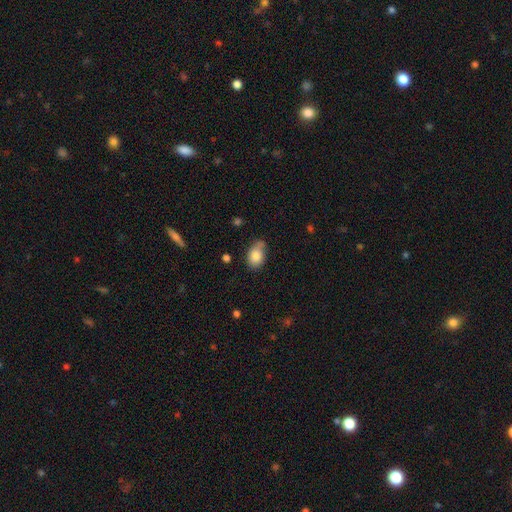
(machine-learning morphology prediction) smooth_or_featured: smooth (p=0.83) [alt: featured or disk p=0.09]
how_rounded: in between (p=0.79) [alt: round p=0.20]
merging: none (p=0.55) [alt: minor disturbance p=0.31]